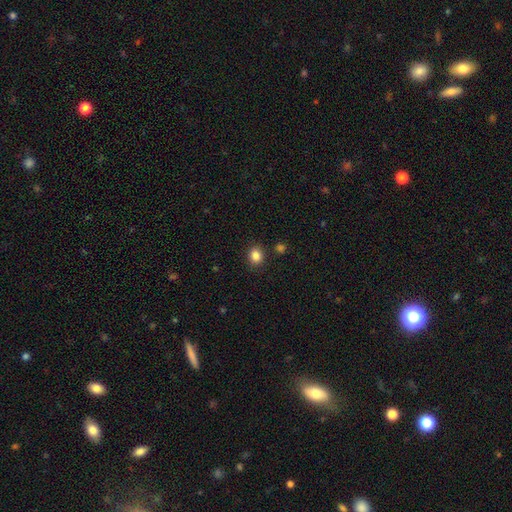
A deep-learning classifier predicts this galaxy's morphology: Smooth or featured? smooth (85%)
How rounded? round (70%)
Merging? none (87%)